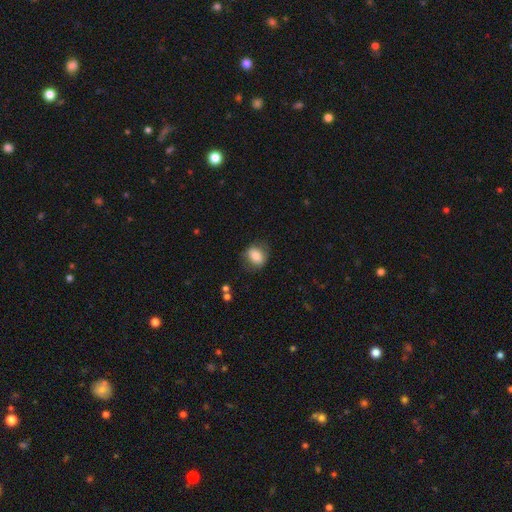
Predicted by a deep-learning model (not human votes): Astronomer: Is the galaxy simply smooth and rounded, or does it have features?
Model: smooth — 79%.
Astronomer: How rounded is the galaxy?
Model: in between — 58% (runner-up: round, 40%).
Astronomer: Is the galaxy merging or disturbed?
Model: none — 73%.